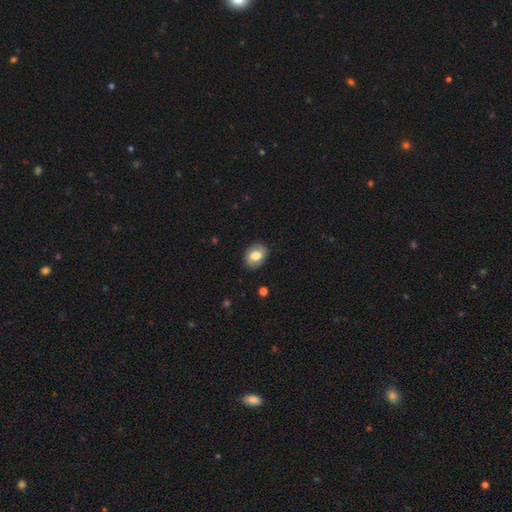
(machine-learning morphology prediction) Smooth or featured? Predicted: smooth (p=0.75). How rounded? Predicted: in between (p=0.60). Merging? Predicted: none (p=0.86).